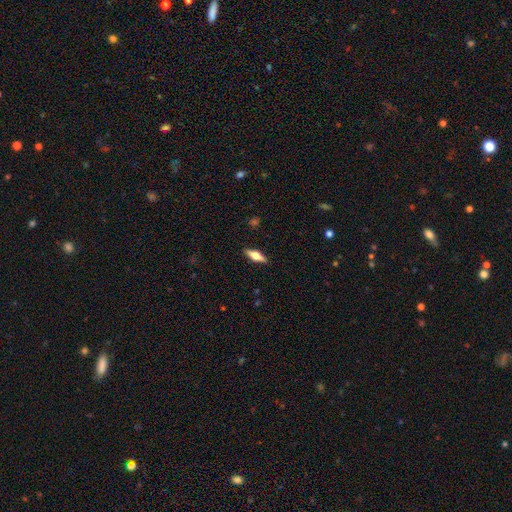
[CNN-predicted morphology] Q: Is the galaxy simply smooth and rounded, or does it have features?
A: featured or disk — 48%.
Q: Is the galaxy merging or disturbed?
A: none — 89%.